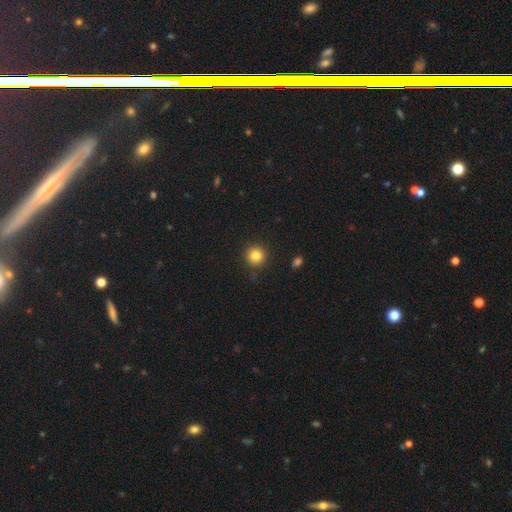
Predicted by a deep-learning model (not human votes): Morphology: type=smooth (83%); roundness=round (94%); merging=none (89%).